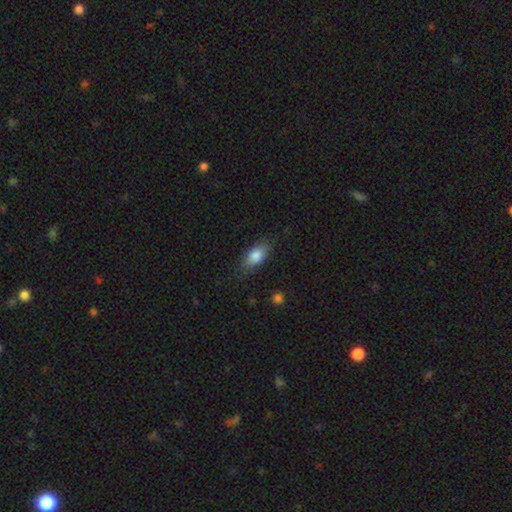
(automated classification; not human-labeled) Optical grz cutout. It shows a smooth galaxy with no disk features (82%) that is in between round and cigar-shaped (86%). Merging: none (78%).